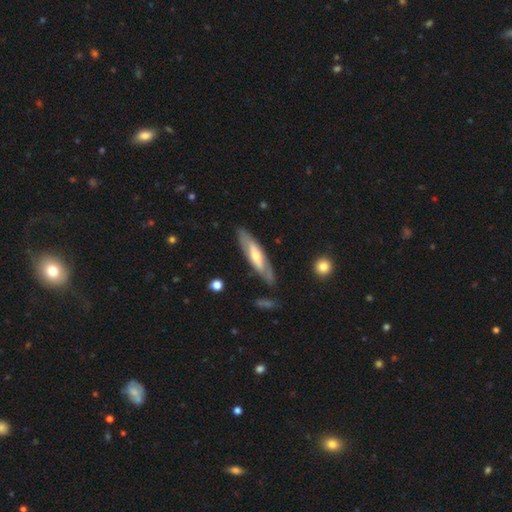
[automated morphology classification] Overall: featured or disk (62%; smooth 33%). Edge-on disk: no (56%; yes 44%). Merging: none (80%).